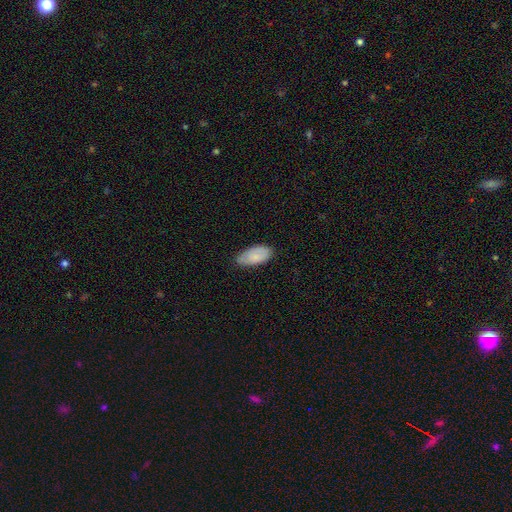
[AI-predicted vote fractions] A smooth galaxy with no disk features (80%) that is in between round and cigar-shaped (93%).

Vote fractions:
- Smooth or featured? smooth: 80% / featured or disk: 14% / star or artifact: 6%
- How rounded? in between: 93% / cigar-shaped: 4% / round: 2%
- Merging? none: 69% / minor disturbance: 26% / major disturbance: 4% / merger: 1%